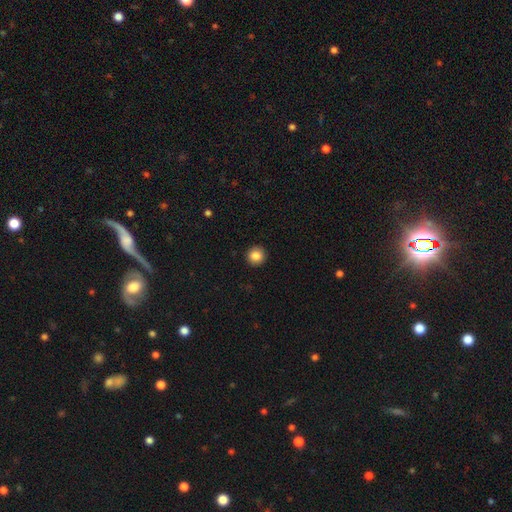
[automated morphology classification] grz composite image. It shows a smooth galaxy with no disk features (85%) that is round (95%). Merging: none (93%).